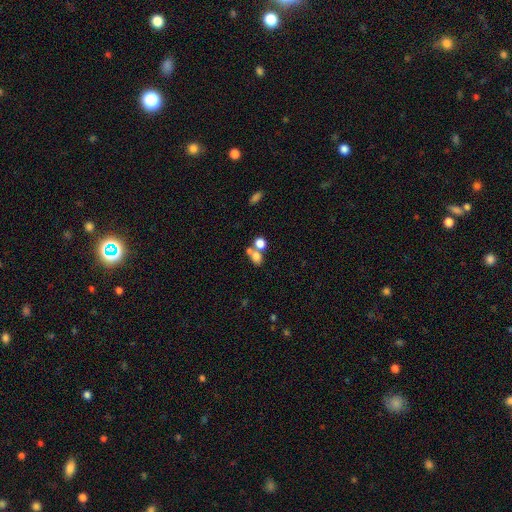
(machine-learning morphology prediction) Smooth or featured? smooth (73%)
How rounded? round (50%)
Merging? merger (50%)